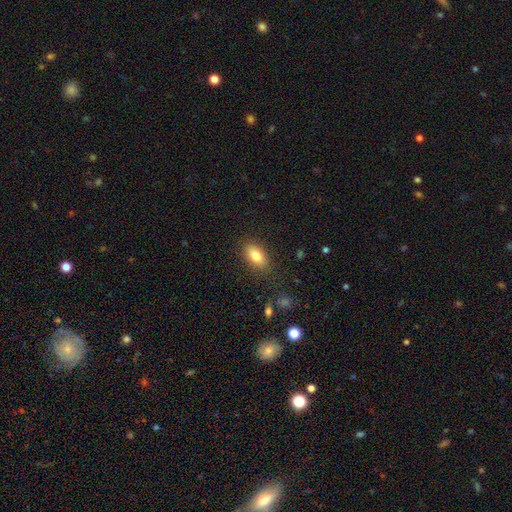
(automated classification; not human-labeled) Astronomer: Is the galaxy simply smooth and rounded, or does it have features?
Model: smooth — 82%.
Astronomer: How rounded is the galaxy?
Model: in between — 88%.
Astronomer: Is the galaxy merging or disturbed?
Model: none — 85%.